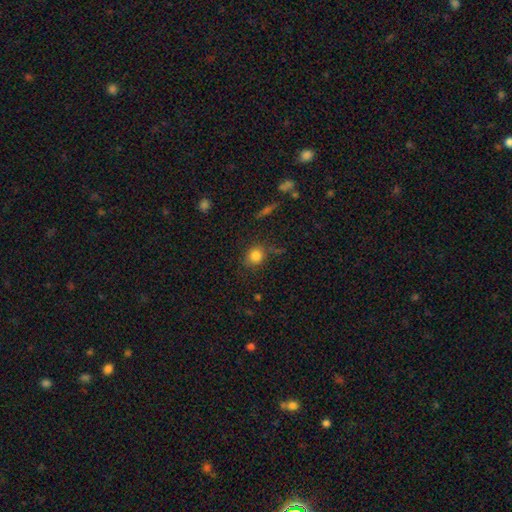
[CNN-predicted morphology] Smooth or featured?
  - smooth: 82% *
  - star or artifact: 12%
  - featured or disk: 6%
How rounded?
  - round: 78% *
  - in between: 21%
  - cigar-shaped: 1%
Merging?
  - none: 74% *
  - minor disturbance: 17%
  - major disturbance: 6%
  - merger: 4%